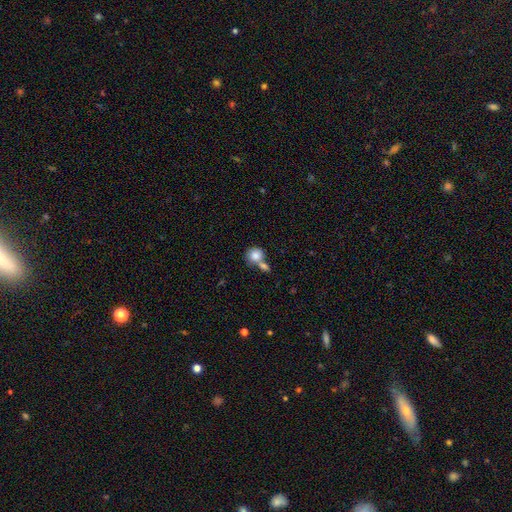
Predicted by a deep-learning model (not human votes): Overall: smooth (82%). How rounded: round (79%). Merging: merger (47%; none 38%).